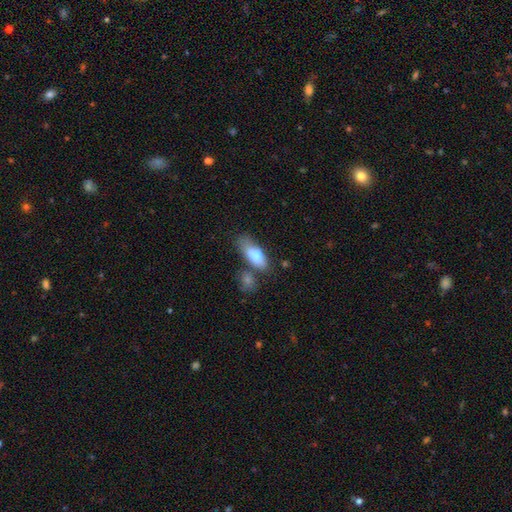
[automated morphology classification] This appears to be a smooth galaxy with no disk features (78%) that is in between round and cigar-shaped (76%). Merging: none (45%).